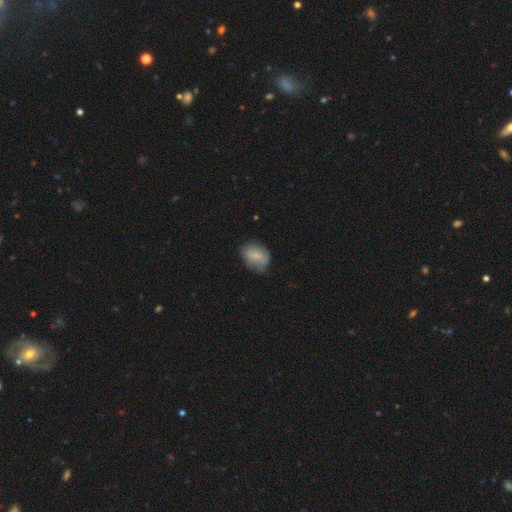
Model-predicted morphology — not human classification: smooth 64%, featured or disk 28%, star or artifact 8%. Down the decision tree: how rounded — in between (69%); merging — none (52%).